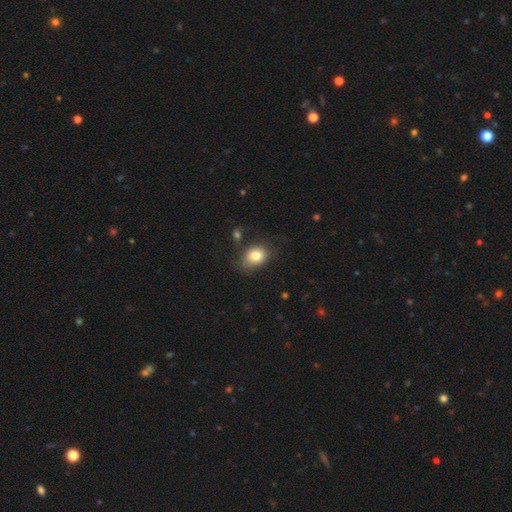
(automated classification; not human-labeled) Q: Smooth or featured?
A: smooth (83%); runner-up: star or artifact (9%)
Q: How rounded?
A: in between (69%); runner-up: round (30%)
Q: Merging?
A: none (69%); runner-up: minor disturbance (21%)